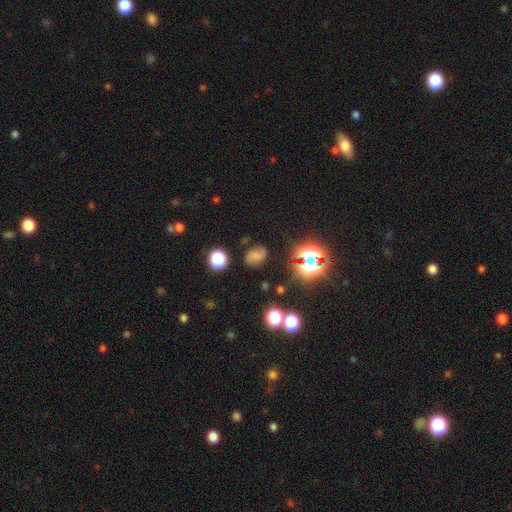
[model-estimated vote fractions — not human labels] Smooth or featured?
  - smooth: 51% *
  - featured or disk: 25%
  - star or artifact: 23%
How rounded?
  - in between: 61% *
  - round: 38%
  - cigar-shaped: 2%
Merging?
  - none: 65% *
  - minor disturbance: 22%
  - major disturbance: 10%
  - merger: 4%